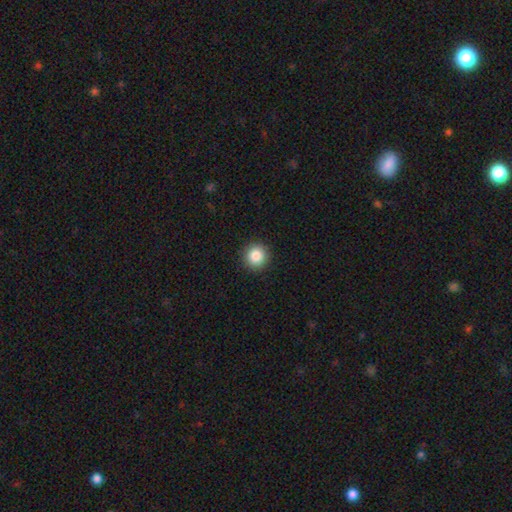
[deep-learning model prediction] The model was most divided on "smooth or featured": smooth: 85%, star or artifact: 10%, featured or disk: 5%. More confident: how rounded — round (94%); merging — none (93%).